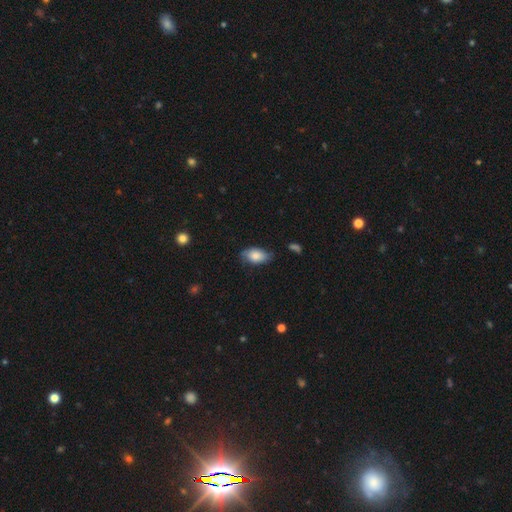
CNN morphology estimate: Smooth or featured? Predicted: smooth (p=0.79). How rounded? Predicted: in between (p=0.92). Merging? Predicted: none (p=0.66).